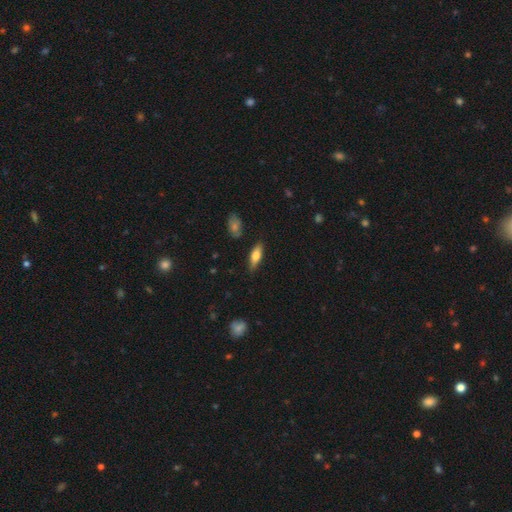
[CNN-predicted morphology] type=smooth (64%); roundness=in between (58%); merging=none (81%).